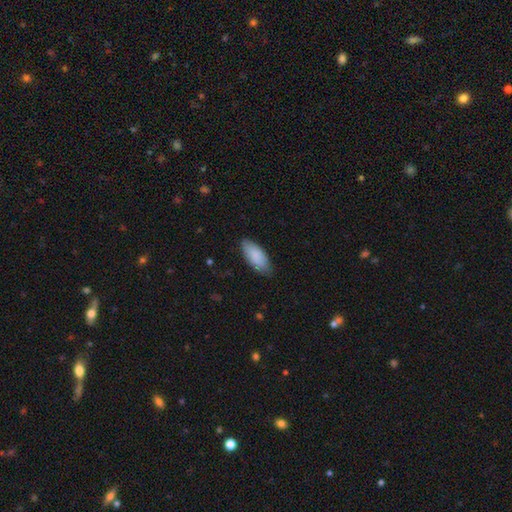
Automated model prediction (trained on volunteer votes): smooth 87%, featured or disk 7%, star or artifact 5%. Down the decision tree: how rounded — in between (87%); merging — none (81%).